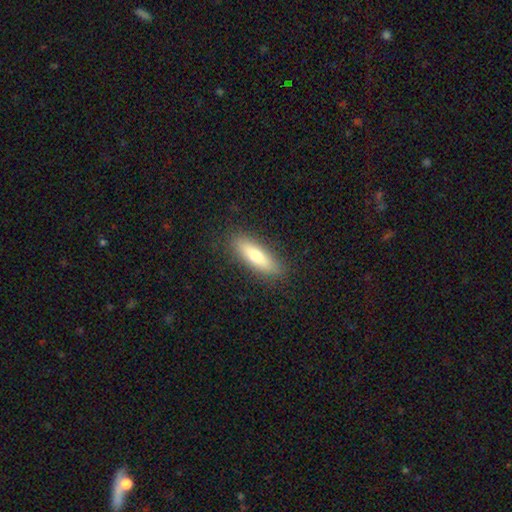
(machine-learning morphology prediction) This is likely a smooth galaxy (68%). How rounded: likely cigar-shaped (62%). Merging: clearly none (88%).